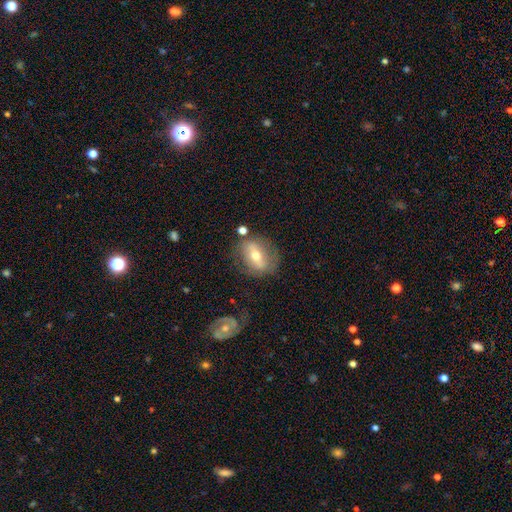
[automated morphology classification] featured or disk 57%, smooth 35%, star or artifact 8%. Down the decision tree: edge-on disk — no (82%); merging — none (67%).